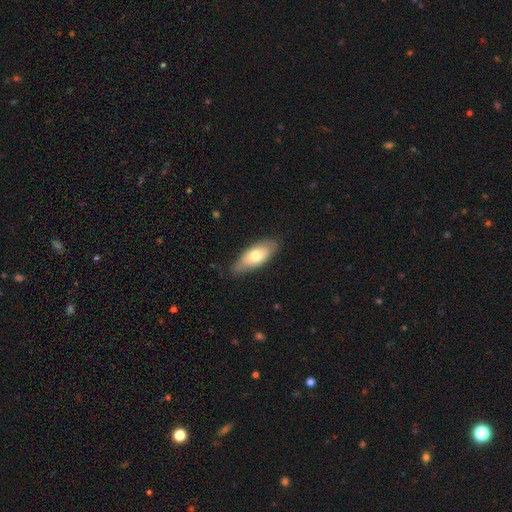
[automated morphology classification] type=smooth (63%); roundness=in between (85%); merging=none (73%).